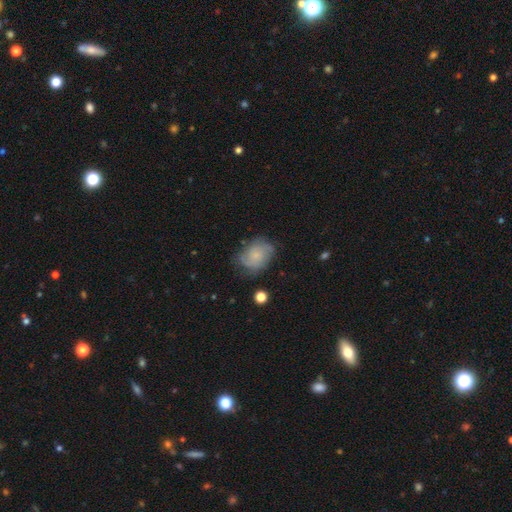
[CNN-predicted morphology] featured or disk 54%, smooth 37%, star or artifact 9%. Down the decision tree: edge-on disk — no (97%); bar — no (78%); spiral arms — yes (86%); bulge size — small (64%); merging — none (65%).